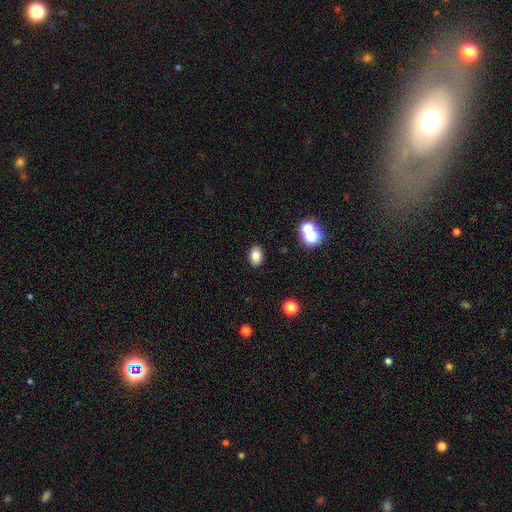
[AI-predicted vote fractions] The model was most divided on "how rounded": in between: 76%, round: 23%, cigar-shaped: 1%. More confident: merging — none (88%); smooth or featured — smooth (80%).